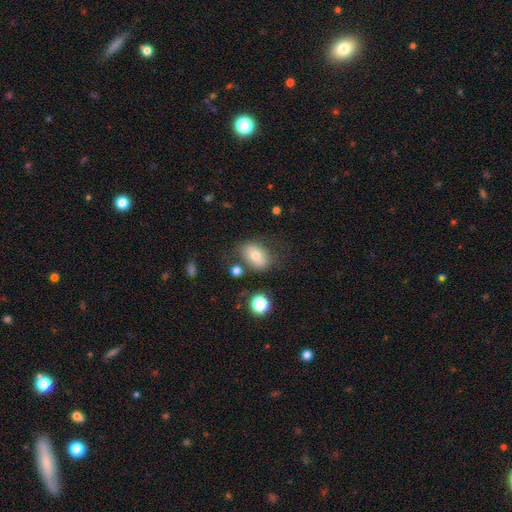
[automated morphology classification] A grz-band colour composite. It shows a smooth galaxy with no disk features (67%) that is in between round and cigar-shaped (76%). Merging: none (67%).